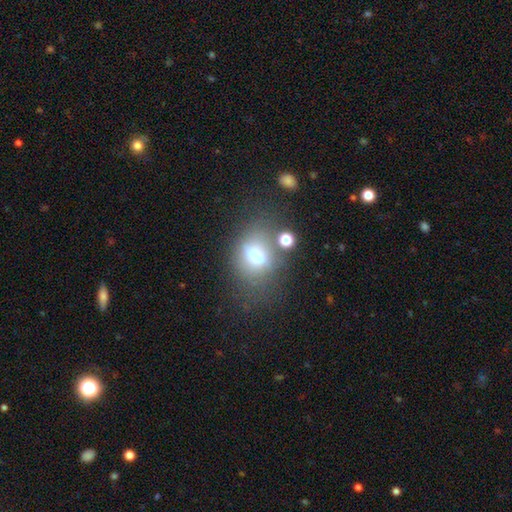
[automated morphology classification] Q: Smooth or featured?
A: smooth (55%); runner-up: featured or disk (30%)
Q: How rounded?
A: in between (68%); runner-up: round (26%)
Q: Merging?
A: none (49%); runner-up: merger (20%)